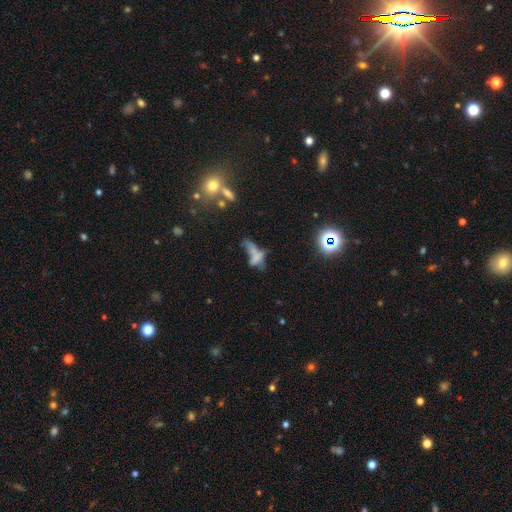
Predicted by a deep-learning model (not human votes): Smooth or featured: smooth — 46% (featured or disk — 33%)
Merging: merger — 34% (major disturbance — 31%)